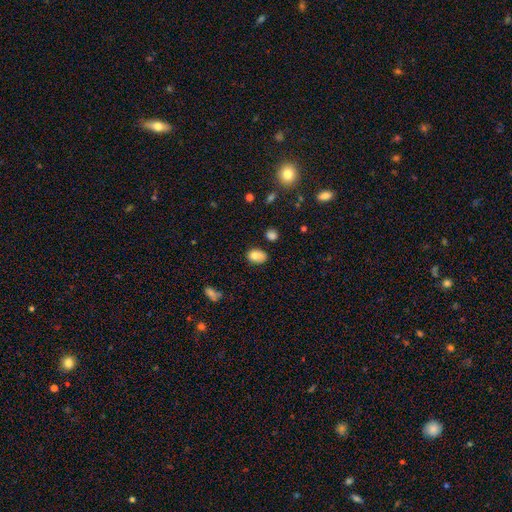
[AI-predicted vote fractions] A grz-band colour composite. It shows a smooth galaxy with no disk features (79%) that is in between round and cigar-shaped (76%). Merging: none (61%).